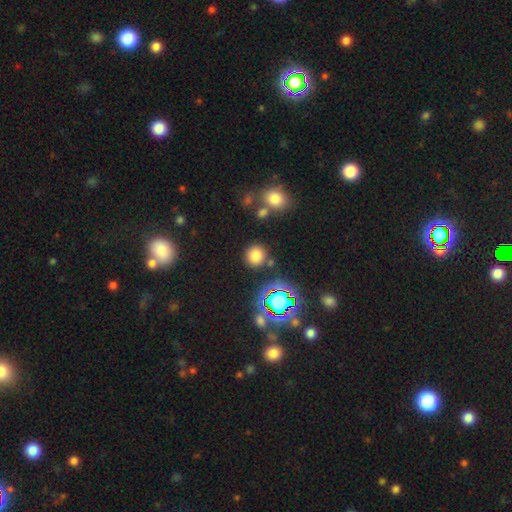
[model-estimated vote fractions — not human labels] Morphology: type=smooth (74%); roundness=round (89%); merging=none (83%).